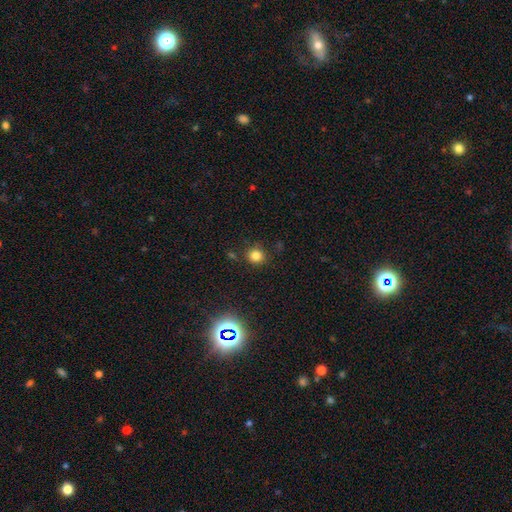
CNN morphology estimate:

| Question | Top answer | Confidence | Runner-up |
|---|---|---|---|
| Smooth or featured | smooth | 79% | star or artifact (16%) |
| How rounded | round | 88% | in between (11%) |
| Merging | none | 85% | minor disturbance (9%) |